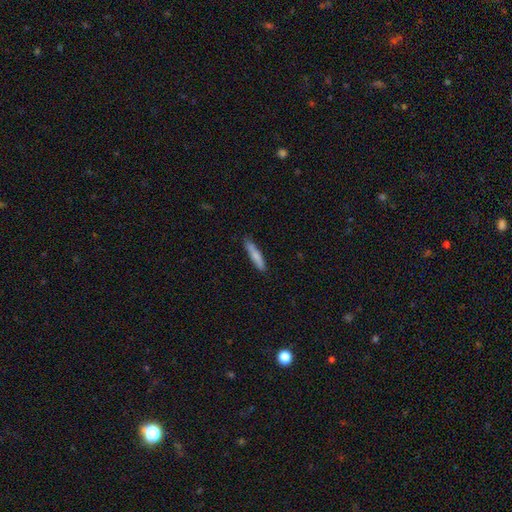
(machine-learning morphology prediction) Smooth or featured? smooth (77%)
How rounded? cigar-shaped (89%)
Merging? none (84%)